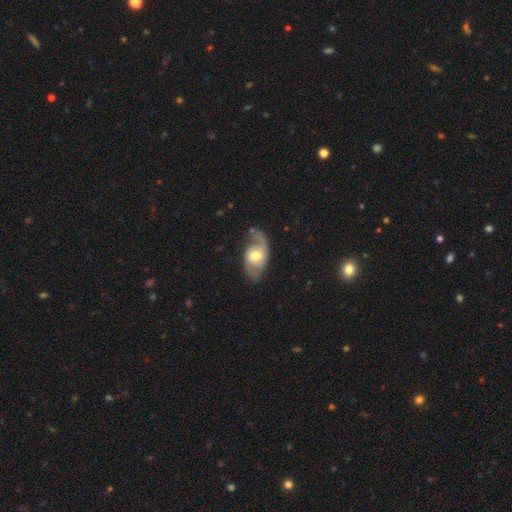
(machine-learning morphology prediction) This is likely a featured or disk galaxy (76%). It is clearly not viewed edge-on (95%). Bar: marginally no (45%). Spiral arm pattern: clearly yes (89%). Spiral arm count: likely 2 (78%). Spiral winding: marginally medium (43%). Central bulge: likely moderate (68%). Merging: likely none (63%).